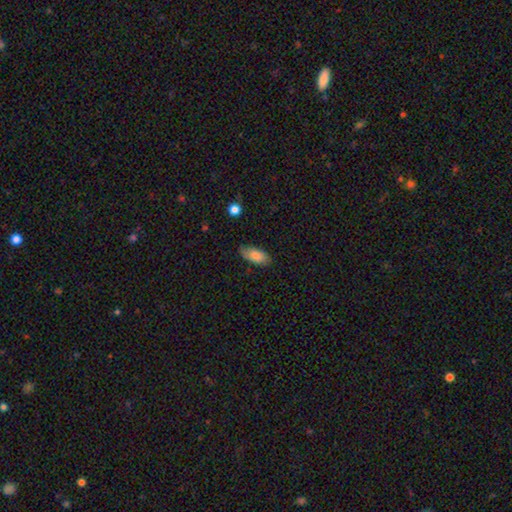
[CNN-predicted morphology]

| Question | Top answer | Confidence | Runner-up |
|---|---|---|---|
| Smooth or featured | smooth | 82% | featured or disk (11%) |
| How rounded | in between | 89% | cigar-shaped (8%) |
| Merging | none | 80% | minor disturbance (16%) |